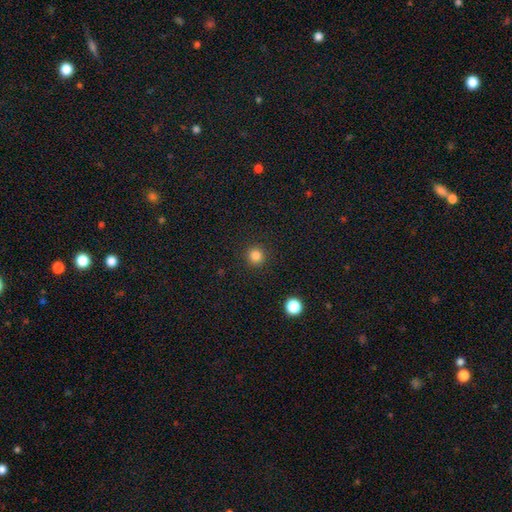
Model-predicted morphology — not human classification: Smooth or featured?
  - smooth: 84% *
  - star or artifact: 13%
  - featured or disk: 4%
How rounded?
  - round: 94% *
  - in between: 5%
  - cigar-shaped: 1%
Merging?
  - none: 92% *
  - minor disturbance: 5%
  - major disturbance: 2%
  - merger: 1%